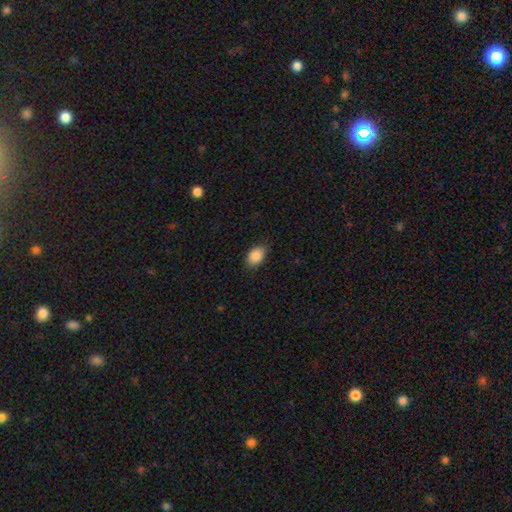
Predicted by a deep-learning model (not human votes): Smooth or featured?
  - smooth: 88% *
  - star or artifact: 8%
  - featured or disk: 4%
How rounded?
  - in between: 83% *
  - round: 15%
  - cigar-shaped: 1%
Merging?
  - none: 80% *
  - minor disturbance: 16%
  - major disturbance: 3%
  - merger: 1%